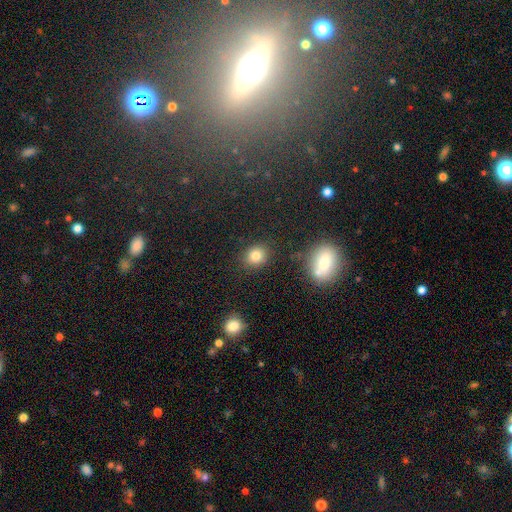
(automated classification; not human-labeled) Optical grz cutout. It shows a smooth galaxy with no disk features (82%) that is round (64%). Merging: none (84%).